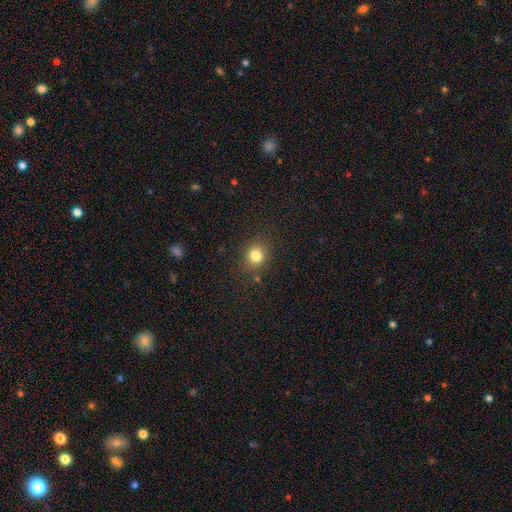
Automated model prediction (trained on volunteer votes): smooth_or_featured: smooth (p=0.81) [alt: star or artifact p=0.13]
how_rounded: round (p=0.78) [alt: in between p=0.21]
merging: none (p=0.84) [alt: minor disturbance p=0.10]